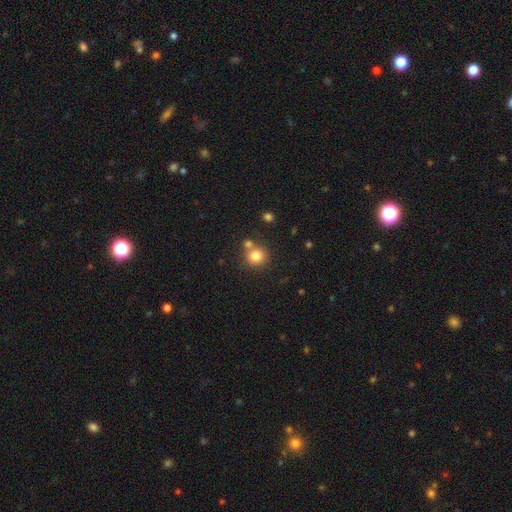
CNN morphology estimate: Smooth or featured: smooth — 81% (star or artifact — 12%)
How rounded: round — 90% (in between — 9%)
Merging: none — 65% (merger — 23%)